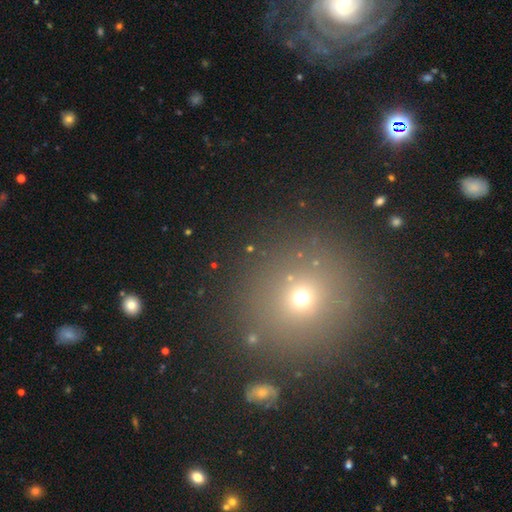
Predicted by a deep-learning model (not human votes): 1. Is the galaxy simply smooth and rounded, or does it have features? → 54% smooth, 32% star or artifact, 14% featured or disk.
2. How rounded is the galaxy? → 93% round, 6% in between, 1% cigar-shaped.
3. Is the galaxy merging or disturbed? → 88% none, 6% minor disturbance, 3% major disturbance, 3% merger.